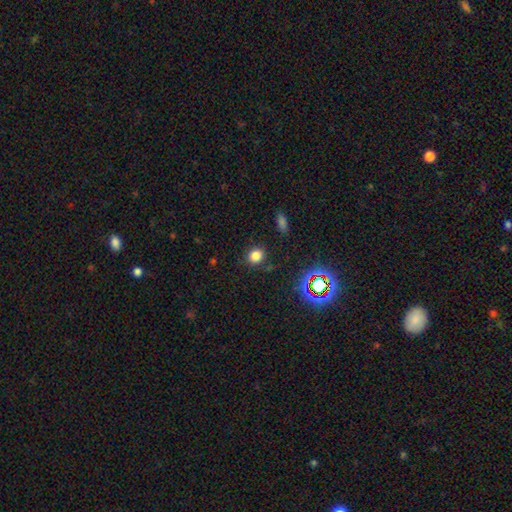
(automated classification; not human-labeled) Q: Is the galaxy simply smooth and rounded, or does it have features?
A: smooth — 78%.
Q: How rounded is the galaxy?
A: round — 78%.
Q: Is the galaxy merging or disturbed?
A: none — 86%.